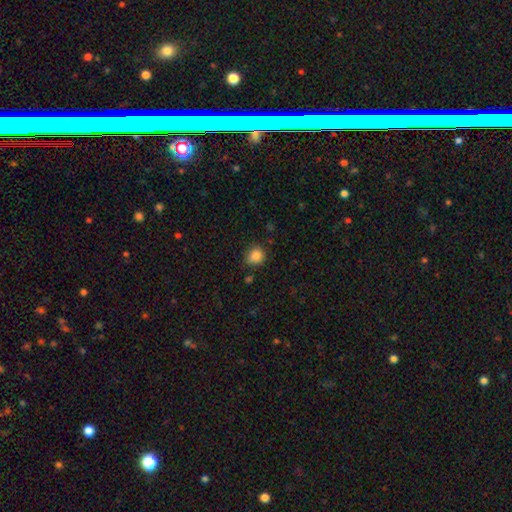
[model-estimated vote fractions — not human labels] smooth 86%, star or artifact 10%, featured or disk 4%. Down the decision tree: how rounded — round (82%); merging — none (78%).